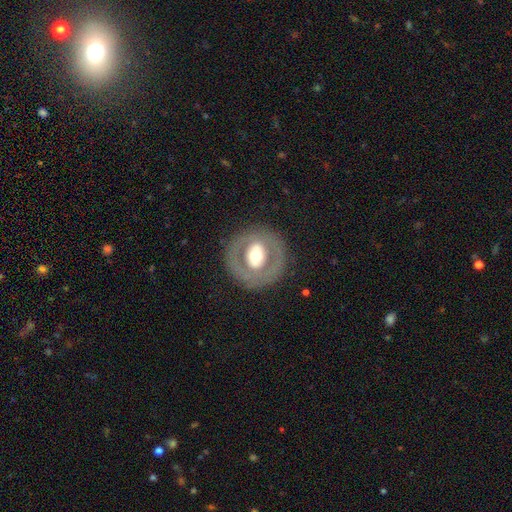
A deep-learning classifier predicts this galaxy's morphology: Smooth or featured?
  - featured or disk: 56% *
  - smooth: 37%
  - star or artifact: 7%
Edge-on disk?
  - no: 93% *
  - yes: 7%
Bar?
  - no: 52% *
  - weak: 26%
  - strong: 22%
Spiral arms?
  - no: 85% *
  - yes: 15%
Bulge size?
  - moderate: 56% *
  - large: 32%
  - small: 7%
  - dominant: 4%
  - none: 1%
Merging?
  - none: 81% *
  - minor disturbance: 11%
  - major disturbance: 7%
  - merger: 1%